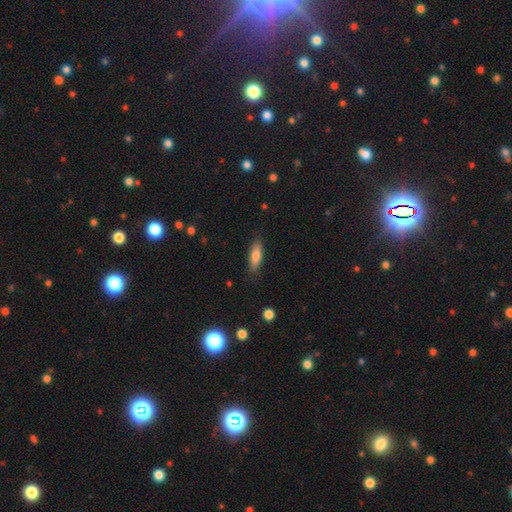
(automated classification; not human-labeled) smooth-or-featured: smooth: 76% | featured or disk: 18% | star or artifact: 7%
  how-rounded: in between: 53% | cigar-shaped: 45% | round: 2%
  merging: none: 83% | minor disturbance: 13% | major disturbance: 3% | merger: 1%